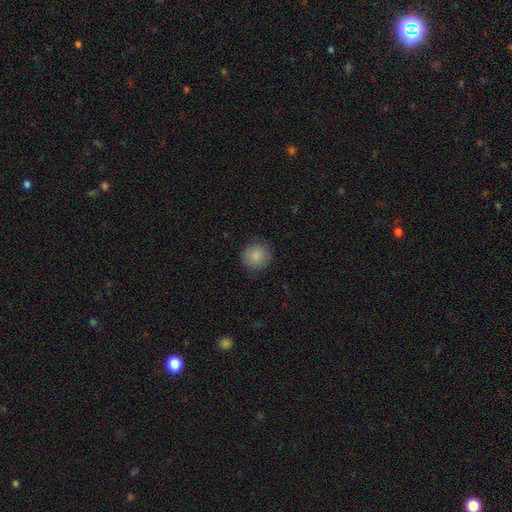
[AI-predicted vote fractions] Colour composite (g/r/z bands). It shows a smooth galaxy with no disk features (88%) that is round (92%). Merging: none (88%).